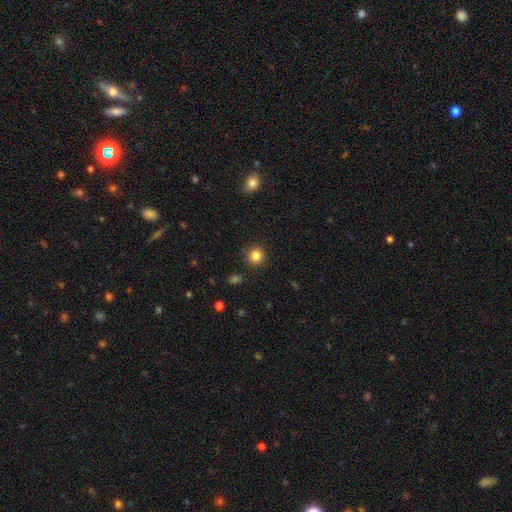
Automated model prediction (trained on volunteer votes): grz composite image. It shows a smooth galaxy with no disk features (84%) that is round (91%). Merging: none (89%).